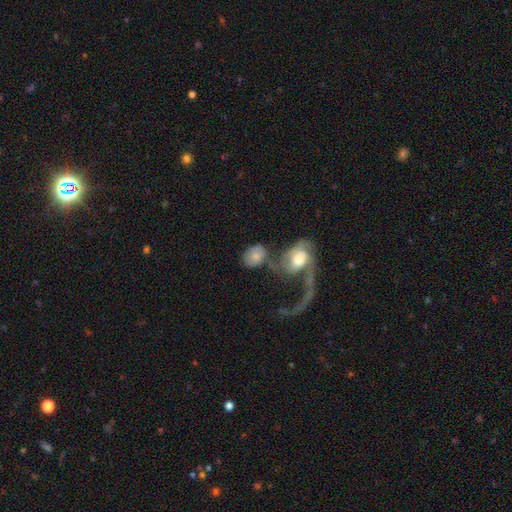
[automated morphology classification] Smooth or featured? smooth (64%)
How rounded? in between (61%)
Merging? merger (40%)